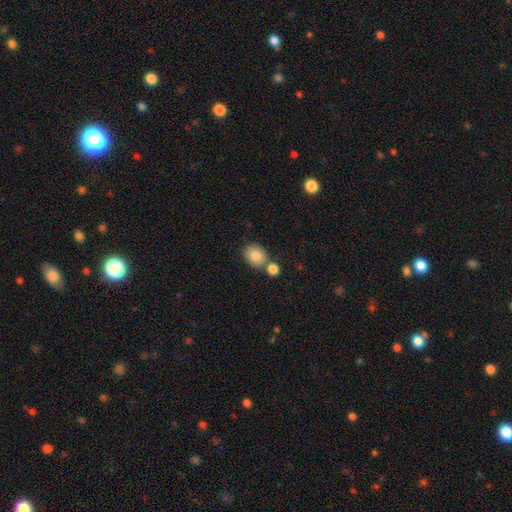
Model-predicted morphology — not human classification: Smooth or featured: smooth — 80% (featured or disk — 11%)
How rounded: round — 50% (in between — 49%)
Merging: none — 65% (merger — 22%)